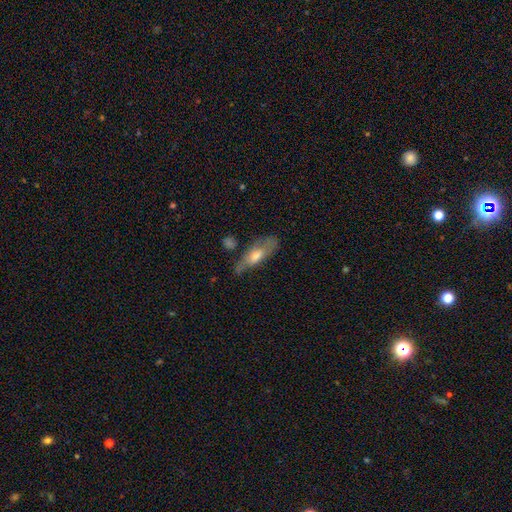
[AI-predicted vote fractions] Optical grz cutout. It shows a smooth galaxy with no disk features (51%) that is in between round and cigar-shaped (58%). Merging: none (52%).